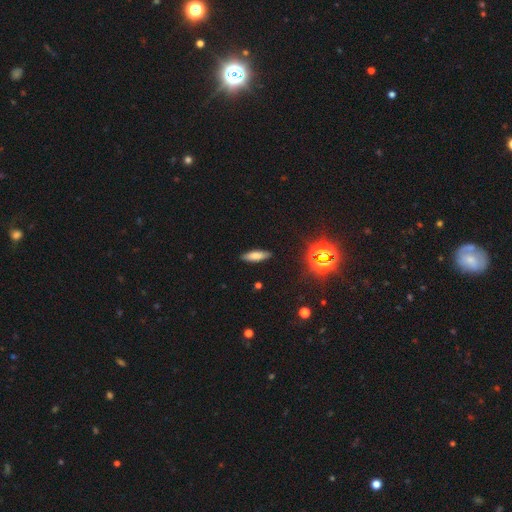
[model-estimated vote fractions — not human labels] A smooth galaxy with no disk features (71%) that is cigar-shaped (51%).

Vote fractions:
- Smooth or featured? smooth: 71% / featured or disk: 16% / star or artifact: 13%
- How rounded? cigar-shaped: 51% / in between: 47% / round: 3%
- Merging? none: 88% / minor disturbance: 8% / major disturbance: 2% / merger: 1%